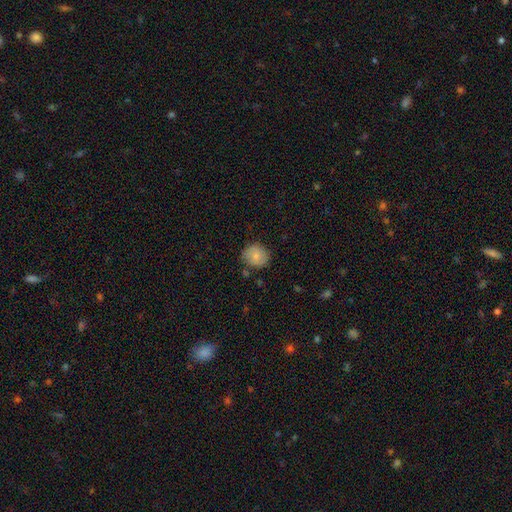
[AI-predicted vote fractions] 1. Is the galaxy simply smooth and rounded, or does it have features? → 79% smooth, 13% featured or disk, 8% star or artifact.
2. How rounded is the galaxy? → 78% round, 21% in between, 1% cigar-shaped.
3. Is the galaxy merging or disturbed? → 76% none, 17% minor disturbance, 4% major disturbance, 3% merger.